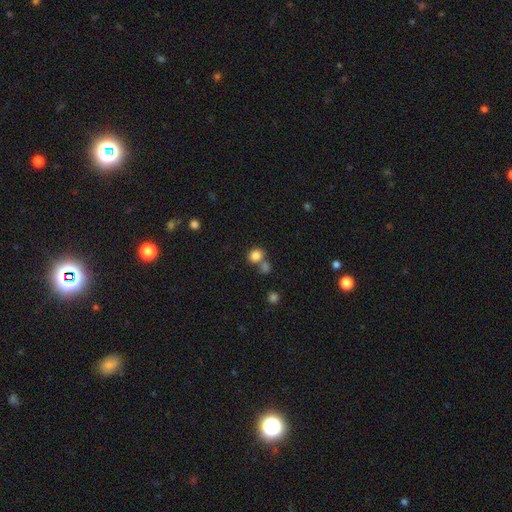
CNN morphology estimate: Smooth or featured?
  - smooth: 83% *
  - star or artifact: 11%
  - featured or disk: 6%
How rounded?
  - round: 69% *
  - in between: 30%
  - cigar-shaped: 1%
Merging?
  - none: 53% *
  - merger: 34%
  - minor disturbance: 9%
  - major disturbance: 4%